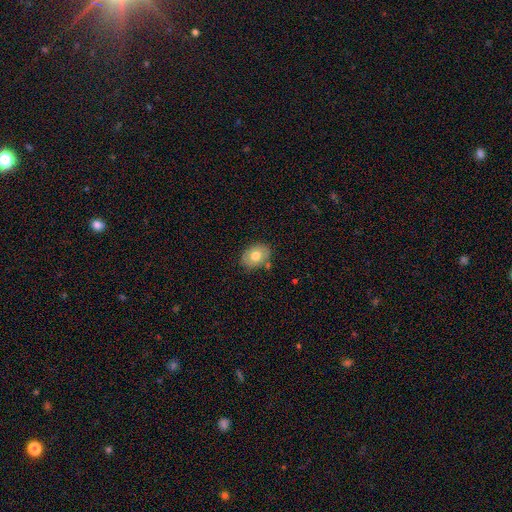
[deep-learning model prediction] Smooth or featured?
  - smooth: 72% *
  - featured or disk: 20%
  - star or artifact: 8%
How rounded?
  - in between: 69% *
  - round: 30%
  - cigar-shaped: 1%
Merging?
  - none: 78% *
  - minor disturbance: 15%
  - merger: 4%
  - major disturbance: 3%